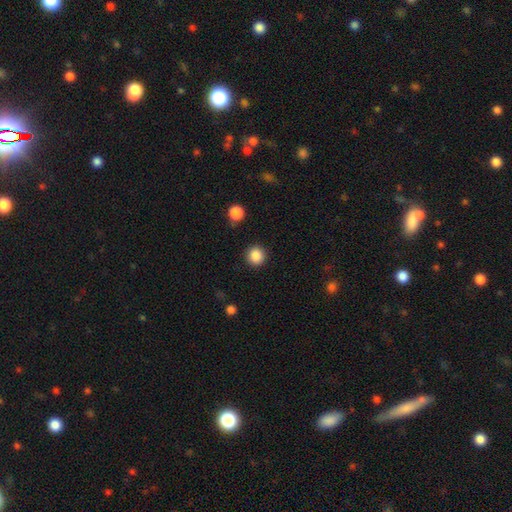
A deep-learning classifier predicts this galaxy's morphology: Smooth or featured? Predicted: smooth (p=0.88). How rounded? Predicted: round (p=0.94). Merging? Predicted: none (p=0.90).